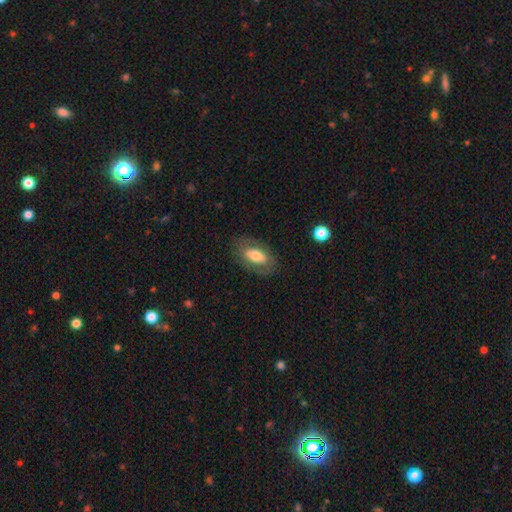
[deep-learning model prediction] A smooth galaxy with no disk features (53%) that is in between round and cigar-shaped (90%).

Vote fractions:
- Smooth or featured? smooth: 53% / featured or disk: 40% / star or artifact: 7%
- How rounded? in between: 90% / round: 6% / cigar-shaped: 4%
- Merging? none: 78% / minor disturbance: 14% / major disturbance: 7% / merger: 1%